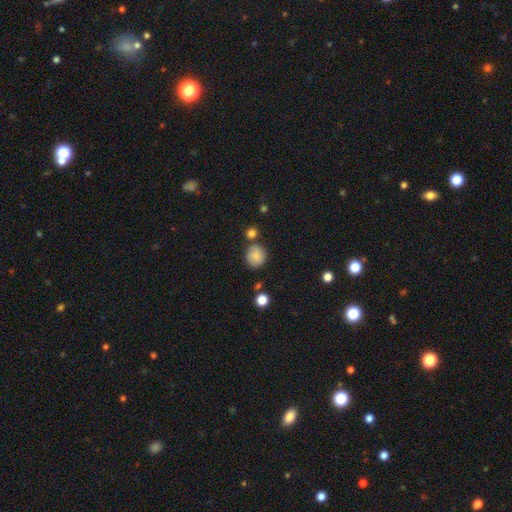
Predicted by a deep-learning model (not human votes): smooth_or_featured: smooth (p=0.84) [alt: star or artifact p=0.09]
how_rounded: round (p=0.85) [alt: in between p=0.14]
merging: none (p=0.76) [alt: minor disturbance p=0.12]